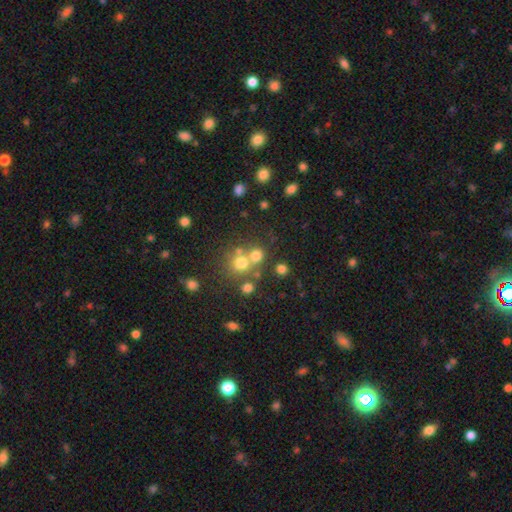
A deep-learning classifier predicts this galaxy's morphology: type=smooth (69%); roundness=round (86%); merging=none (54%).